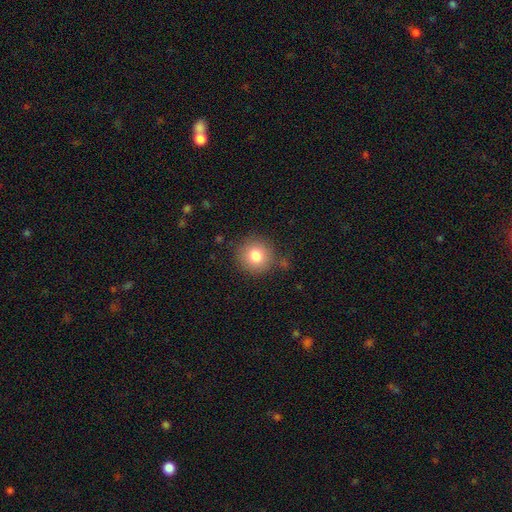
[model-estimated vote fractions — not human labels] Smooth or featured? Predicted: smooth (p=0.80). How rounded? Predicted: round (p=0.93). Merging? Predicted: none (p=0.83).